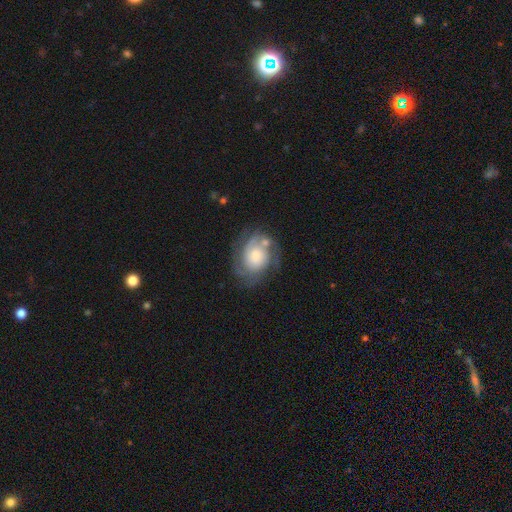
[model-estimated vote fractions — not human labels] Smooth or featured? Predicted: featured or disk (p=0.74). Edge-on disk? Predicted: no (p=0.98). Bar? Predicted: no (p=0.74). Spiral arms? Predicted: yes (p=0.92). Spiral winding? Predicted: tight (p=0.51). Spiral arm count? Predicted: 2 (p=0.40). Bulge size? Predicted: moderate (p=0.33). Merging? Predicted: none (p=0.61).